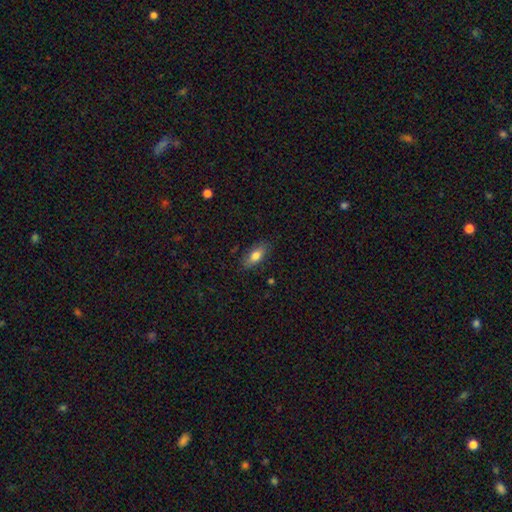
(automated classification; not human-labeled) smooth 79%, featured or disk 14%, star or artifact 7%. Down the decision tree: how rounded — in between (84%); merging — none (82%).